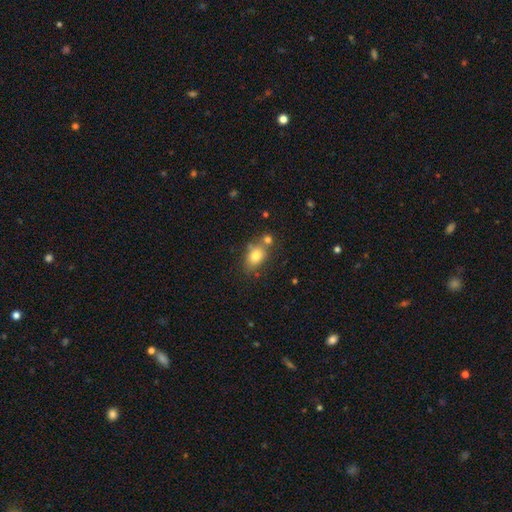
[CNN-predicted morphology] Smooth or featured? Predicted: smooth (p=0.77). How rounded? Predicted: in between (p=0.74). Merging? Predicted: none (p=0.59).